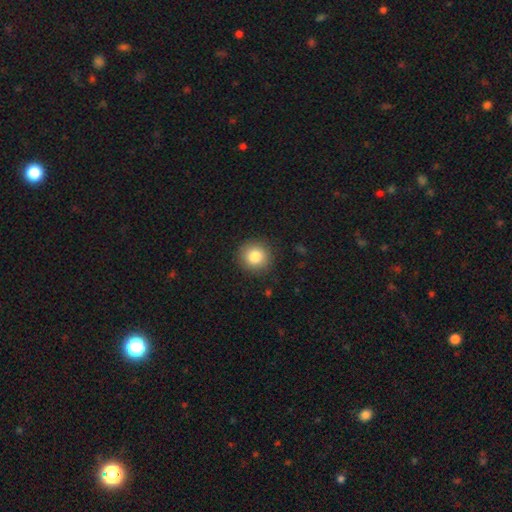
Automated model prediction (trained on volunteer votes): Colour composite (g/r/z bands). It shows a smooth galaxy with no disk features (84%) that is round (93%). Merging: none (90%).